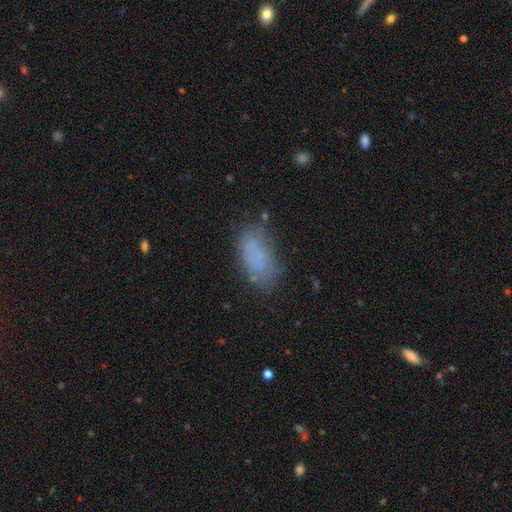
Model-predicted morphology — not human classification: The model was most divided on "merging": none: 64%, minor disturbance: 23%, major disturbance: 10%, merger: 4%. More confident: how rounded — in between (91%); smooth or featured — smooth (72%).